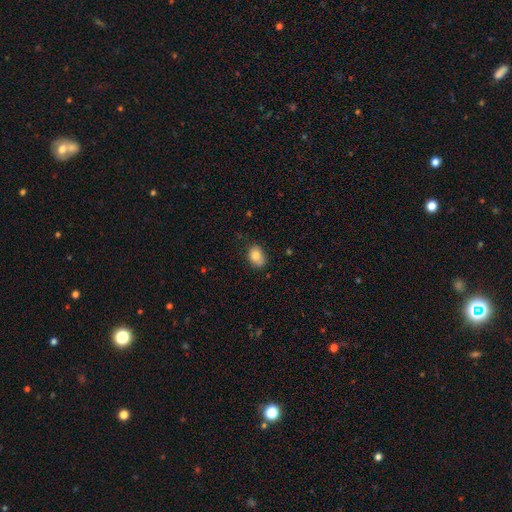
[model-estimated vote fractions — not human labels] smooth_or_featured: smooth (p=0.83) [alt: star or artifact p=0.09]
how_rounded: in between (p=0.77) [alt: round p=0.21]
merging: none (p=0.71) [alt: minor disturbance p=0.23]